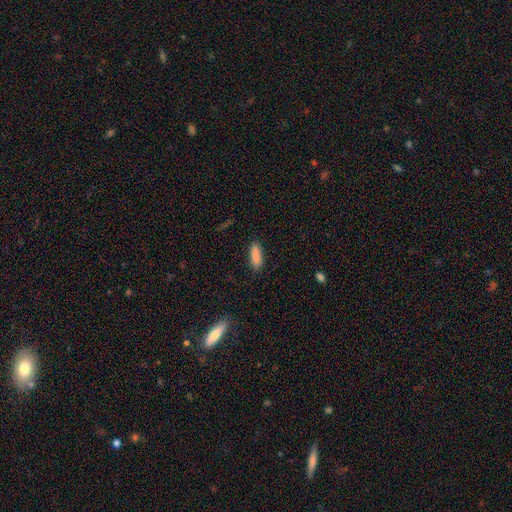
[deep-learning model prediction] Smooth or featured: smooth — 88% (star or artifact — 7%)
How rounded: in between — 63% (cigar-shaped — 35%)
Merging: none — 87% (minor disturbance — 9%)